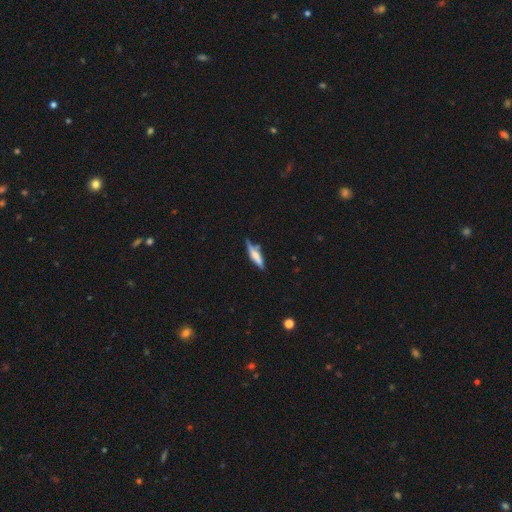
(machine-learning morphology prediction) A smooth galaxy with no disk features (51%) that is cigar-shaped (75%).

Vote fractions:
- Smooth or featured? smooth: 51% / featured or disk: 42% / star or artifact: 7%
- How rounded? cigar-shaped: 75% / in between: 23% / round: 2%
- Merging? none: 62% / minor disturbance: 24% / merger: 7% / major disturbance: 6%